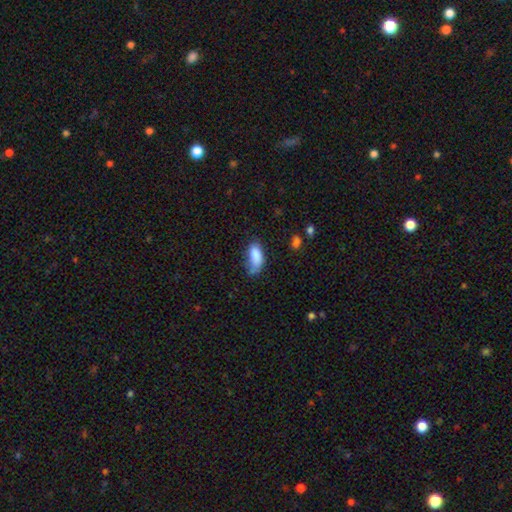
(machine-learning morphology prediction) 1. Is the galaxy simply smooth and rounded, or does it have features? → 85% smooth, 8% featured or disk, 8% star or artifact.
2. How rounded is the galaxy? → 87% in between, 11% cigar-shaped, 3% round.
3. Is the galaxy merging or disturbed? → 45% none, 36% minor disturbance, 14% major disturbance, 5% merger.